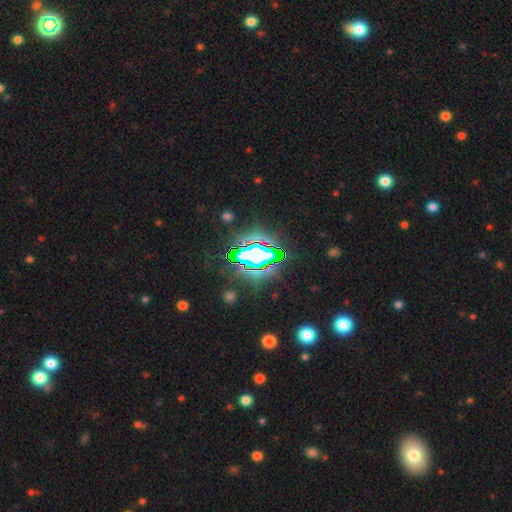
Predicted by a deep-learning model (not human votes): smooth-or-featured: star or artifact: 75% | smooth: 14% | featured or disk: 12%